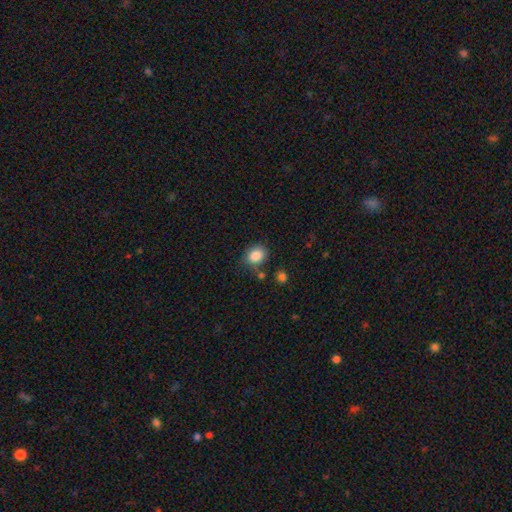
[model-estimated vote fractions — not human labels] Smooth or featured?
  - smooth: 86% *
  - star or artifact: 9%
  - featured or disk: 5%
How rounded?
  - round: 58% *
  - in between: 41%
  - cigar-shaped: 1%
Merging?
  - none: 77% *
  - minor disturbance: 14%
  - merger: 6%
  - major disturbance: 4%